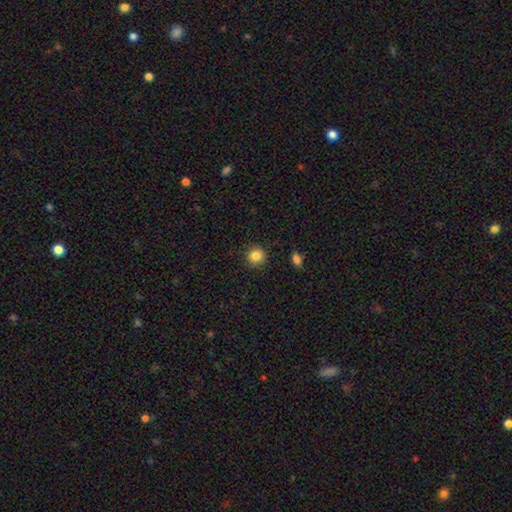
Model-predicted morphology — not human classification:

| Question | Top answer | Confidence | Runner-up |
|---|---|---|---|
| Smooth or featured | smooth | 85% | star or artifact (11%) |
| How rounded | round | 89% | in between (10%) |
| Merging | none | 88% | minor disturbance (9%) |